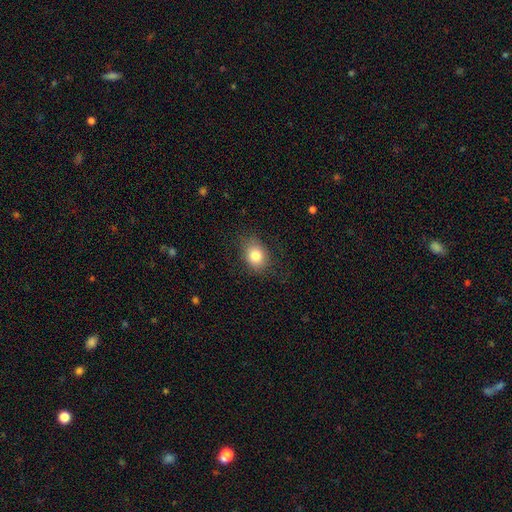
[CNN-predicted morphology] smooth 82%, star or artifact 9%, featured or disk 9%. Down the decision tree: how rounded — in between (54%); merging — none (78%).